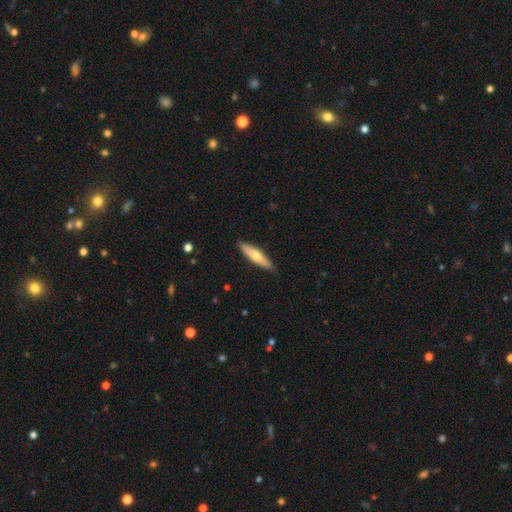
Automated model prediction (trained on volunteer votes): smooth-or-featured: smooth: 57% | featured or disk: 38% | star or artifact: 5%
  how-rounded: cigar-shaped: 75% | in between: 23% | round: 2%
  merging: none: 87% | minor disturbance: 10% | major disturbance: 2% | merger: 1%